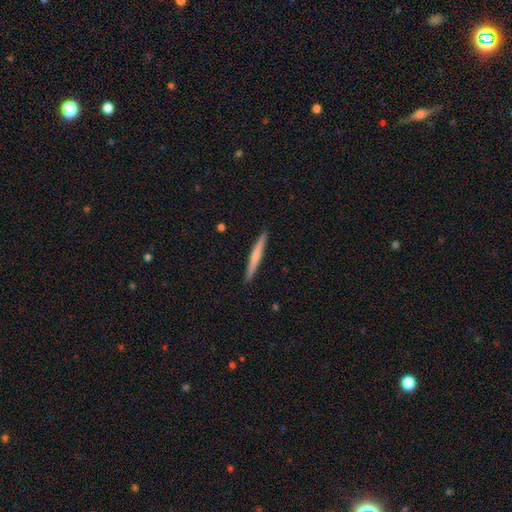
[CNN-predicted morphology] A smooth galaxy with no disk features (54%) that is cigar-shaped (96%). Merging: none (92%).